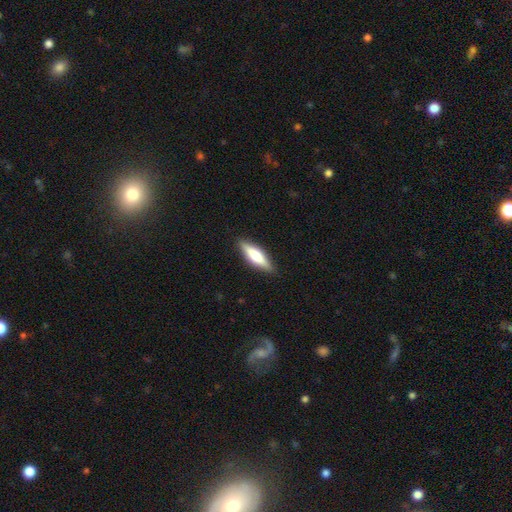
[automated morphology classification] This appears to be a smooth galaxy with no disk features (56%) that is cigar-shaped (59%). Merging: none (88%).